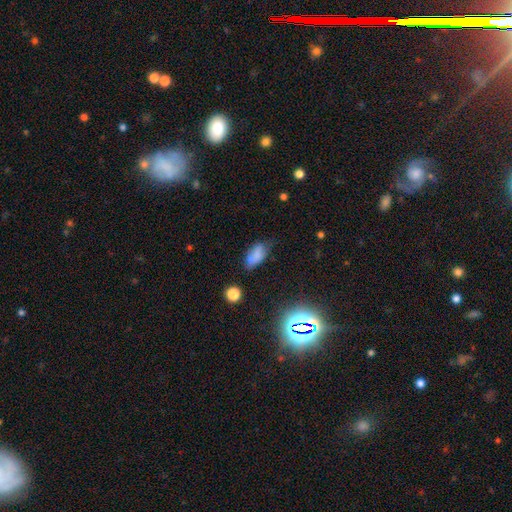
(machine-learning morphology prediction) Smooth or featured? Predicted: smooth (p=0.70). How rounded? Predicted: in between (p=0.86). Merging? Predicted: none (p=0.51).